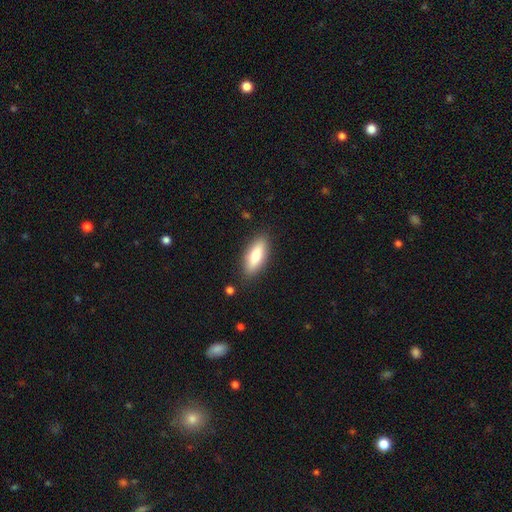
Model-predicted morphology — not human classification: Smooth or featured? smooth (73%)
How rounded? in between (66%)
Merging? none (87%)